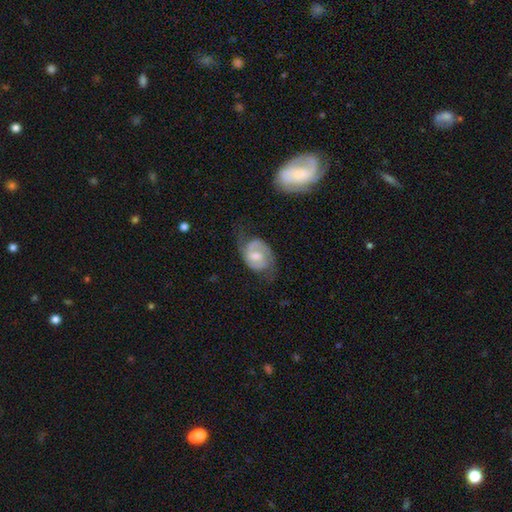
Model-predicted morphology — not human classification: Smooth or featured: featured or disk — 77% (smooth — 18%)
Edge-on disk: no — 97% (yes — 3%)
Bar: weak — 56% (no — 31%)
Spiral arms: yes — 94% (no — 6%)
Spiral winding: medium — 50% (tight — 29%)
Spiral arm count: 2 — 84% (can't tell — 7%)
Bulge size: moderate — 54% (small — 35%)
Merging: none — 59% (minor disturbance — 25%)